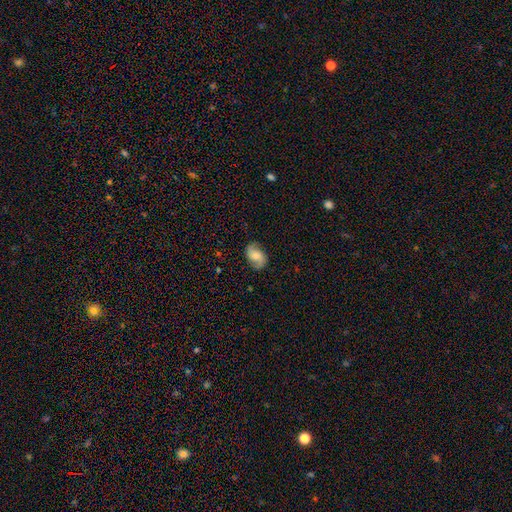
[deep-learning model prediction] Overall: featured or disk (64%; smooth 28%). Edge-on disk: no (97%). Bar: no (59%; weak 34%). Spiral arms: yes (93%). Spiral arm count: 2 (90%). Spiral winding: medium (41%, tied with loose). Bulge size: moderate (51%; small 33%). Merging: none (80%).